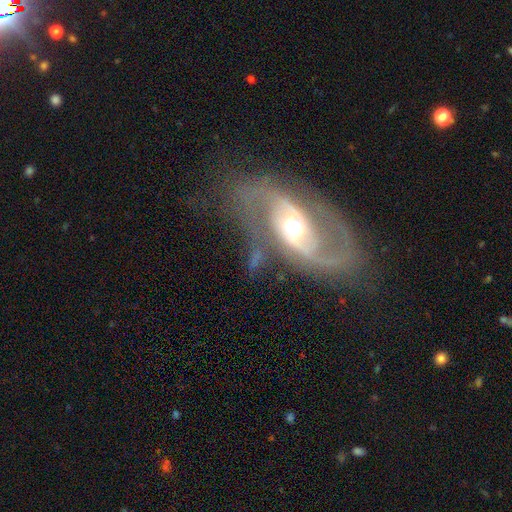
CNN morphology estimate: smooth_or_featured: featured or disk (p=0.88) [alt: smooth p=0.07]
disk_edge_on: no (p=0.96) [alt: yes p=0.04]
bar: no (p=0.41) [alt: weak p=0.35]
has_spiral_arms: yes (p=0.94) [alt: no p=0.06]
spiral_winding: medium (p=0.49) [alt: loose p=0.30]
spiral_arm_count: 2 (p=0.88) [alt: can't tell p=0.04]
bulge_size: moderate (p=0.71) [alt: large p=0.15]
merging: none (p=0.63) [alt: minor disturbance p=0.19]